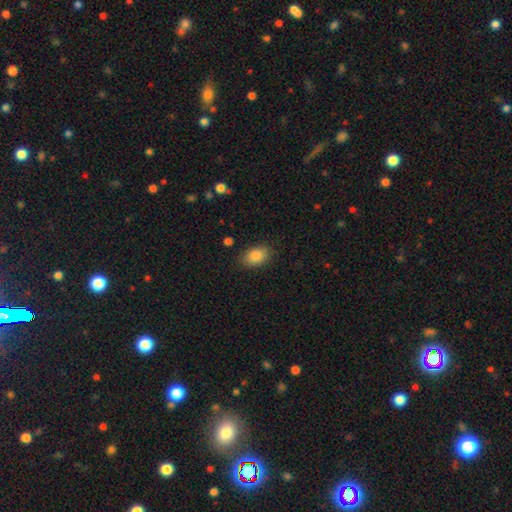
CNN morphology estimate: Smooth or featured?
  - smooth: 87% *
  - star or artifact: 8%
  - featured or disk: 5%
How rounded?
  - in between: 87% *
  - round: 12%
  - cigar-shaped: 1%
Merging?
  - none: 84% *
  - minor disturbance: 12%
  - major disturbance: 3%
  - merger: 1%